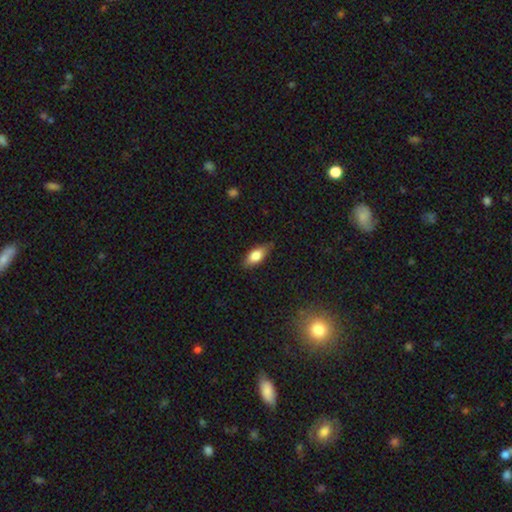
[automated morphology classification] smooth-or-featured: smooth: 72% | featured or disk: 21% | star or artifact: 7%
  how-rounded: in between: 80% | cigar-shaped: 17% | round: 4%
  merging: none: 81% | minor disturbance: 16% | major disturbance: 3% | merger: 1%